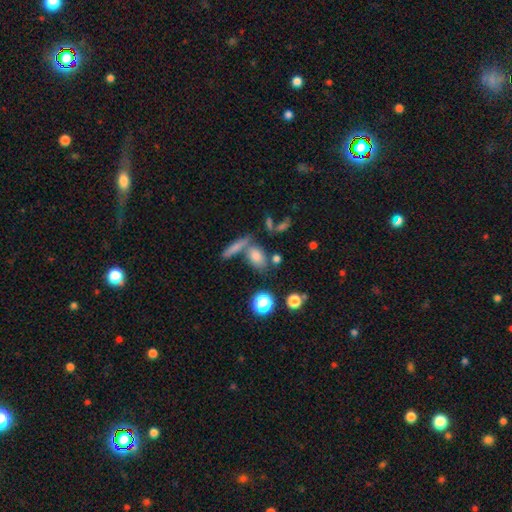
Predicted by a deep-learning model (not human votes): Overall: smooth (72%). How rounded: in between (62%; round 27%). Merging: none (58%; merger 26%).